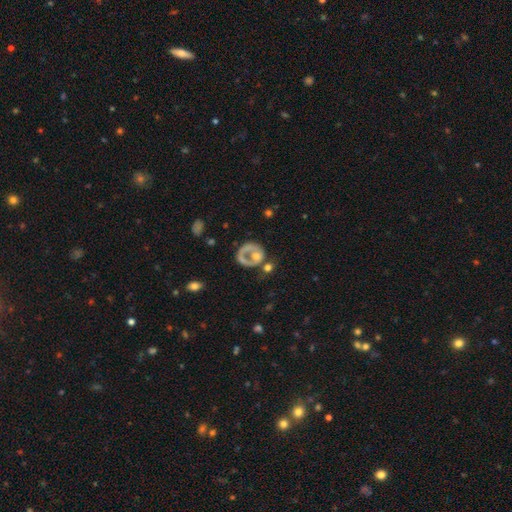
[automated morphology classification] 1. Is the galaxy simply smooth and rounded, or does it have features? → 52% featured or disk, 37% smooth, 11% star or artifact.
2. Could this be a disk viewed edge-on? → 96% no, 4% yes.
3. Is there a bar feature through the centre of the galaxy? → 90% no, 7% weak, 3% strong.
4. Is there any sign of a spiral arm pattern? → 80% no, 20% yes.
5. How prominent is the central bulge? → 48% moderate, 22% small, 18% none, 9% large, 3% dominant.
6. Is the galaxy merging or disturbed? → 46% none, 23% major disturbance, 16% minor disturbance, 15% merger.